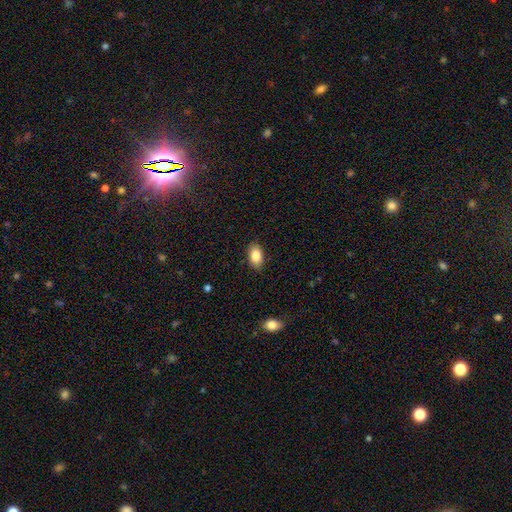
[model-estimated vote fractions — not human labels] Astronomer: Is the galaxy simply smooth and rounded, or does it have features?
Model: smooth — 85%.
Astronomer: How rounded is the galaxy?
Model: in between — 91%.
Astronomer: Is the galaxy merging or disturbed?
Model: none — 86%.